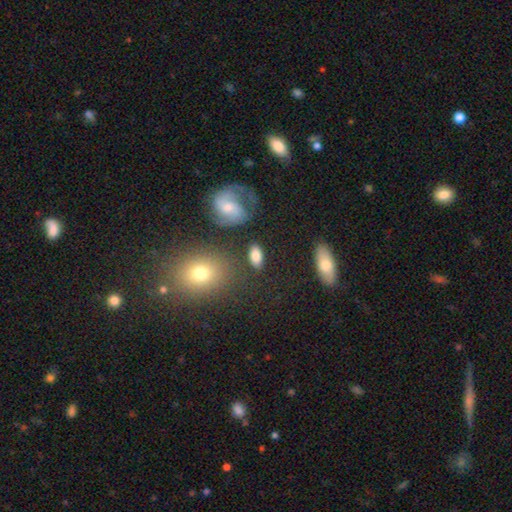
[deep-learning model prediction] smooth 79%, featured or disk 12%, star or artifact 8%. Down the decision tree: how rounded — in between (89%); merging — none (79%).